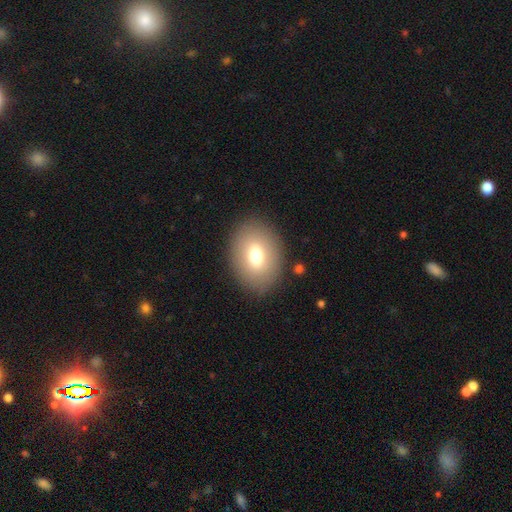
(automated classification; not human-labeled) Smooth or featured? Predicted: smooth (p=0.72). How rounded? Predicted: in between (p=0.74). Merging? Predicted: none (p=0.87).